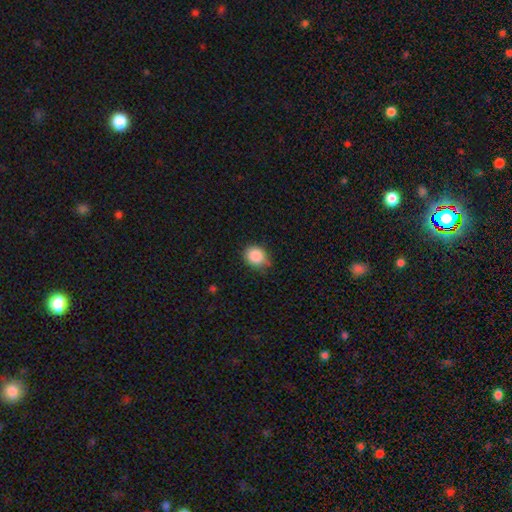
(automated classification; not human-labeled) Morphology: type=smooth (87%); roundness=round (71%); merging=none (69%).